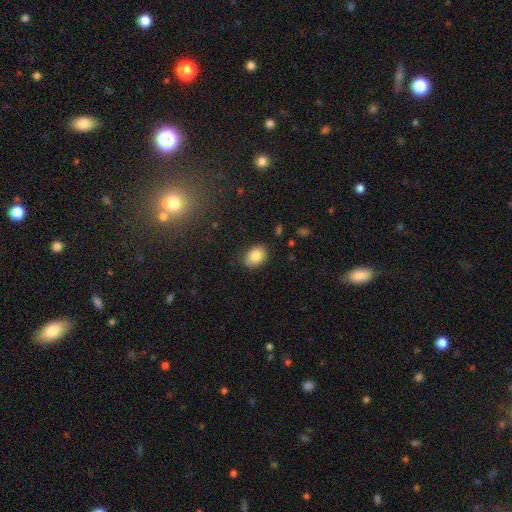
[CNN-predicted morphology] Smooth or featured? smooth (84%)
How rounded? in between (75%)
Merging? none (79%)